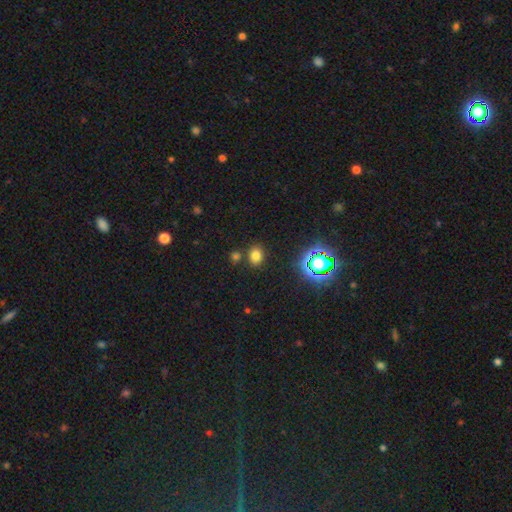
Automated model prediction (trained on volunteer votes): A smooth galaxy with no disk features (73%) that is in between round and cigar-shaped (50%). Merging: none (80%).